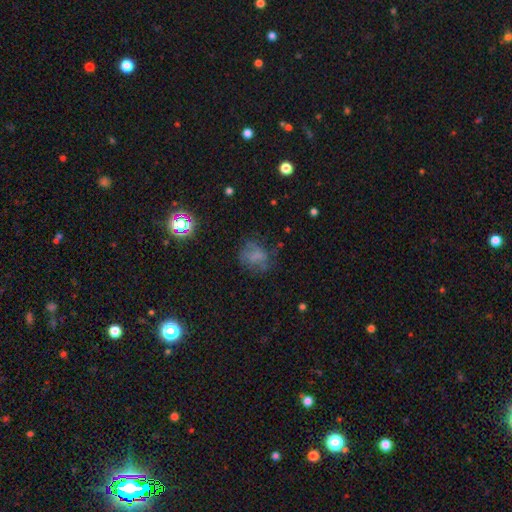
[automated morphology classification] Overall: smooth (56%; featured or disk 24%). How rounded: round (58%; in between 40%). Merging: none (55%; minor disturbance 23%).